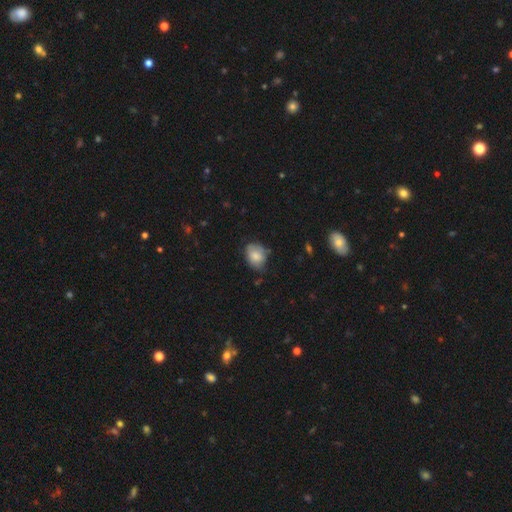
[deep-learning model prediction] Morphology: type=smooth (78%); roundness=in between (65%); merging=none (57%).